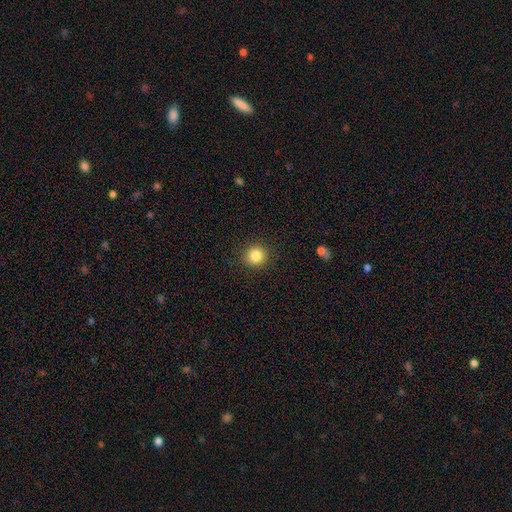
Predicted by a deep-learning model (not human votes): A smooth galaxy with no disk features (84%) that is round (90%). Merging: none (90%).